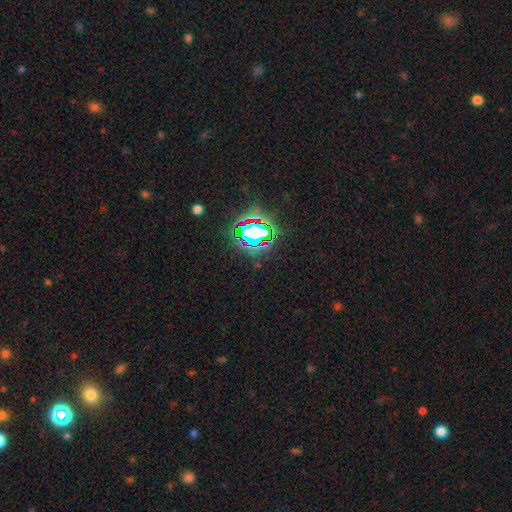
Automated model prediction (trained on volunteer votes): Morphology: type=star or artifact (80%).